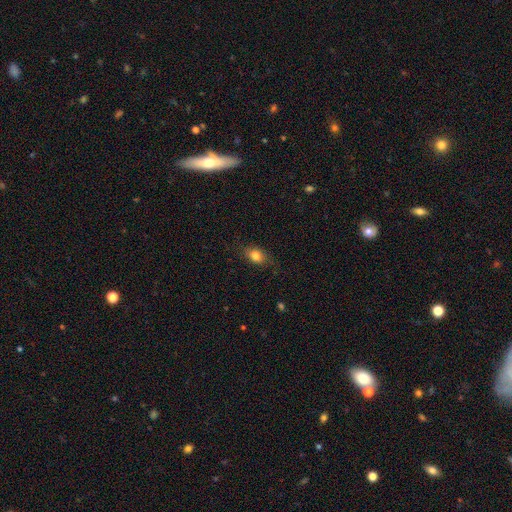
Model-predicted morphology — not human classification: smooth-or-featured: smooth: 80% | featured or disk: 10% | star or artifact: 10%
  how-rounded: in between: 69% | round: 28% | cigar-shaped: 3%
  merging: none: 77% | minor disturbance: 17% | major disturbance: 4% | merger: 1%